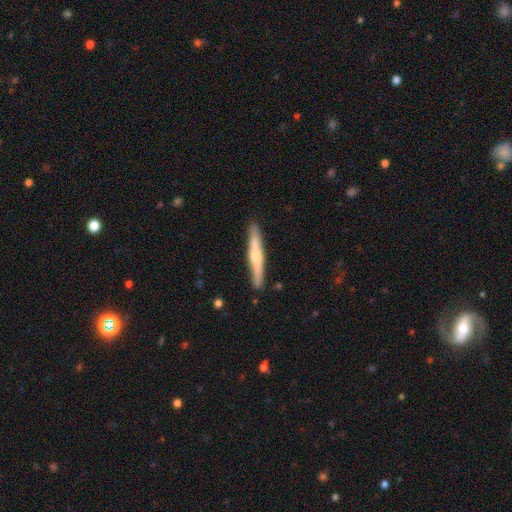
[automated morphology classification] type=featured or disk (51%); edge-on=yes (94%); merging=none (86%).